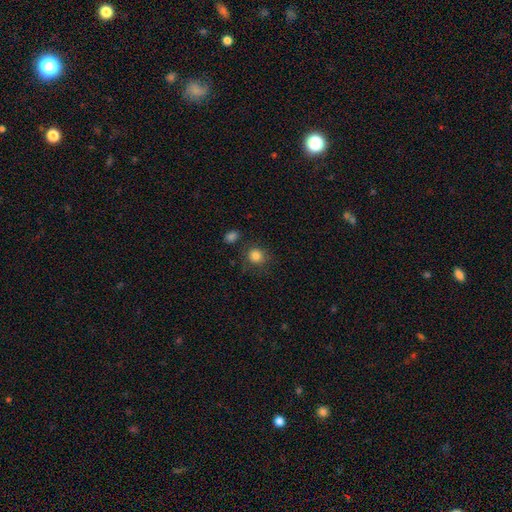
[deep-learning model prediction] Smooth or featured? Predicted: smooth (p=0.84). How rounded? Predicted: round (p=0.87). Merging? Predicted: none (p=0.77).